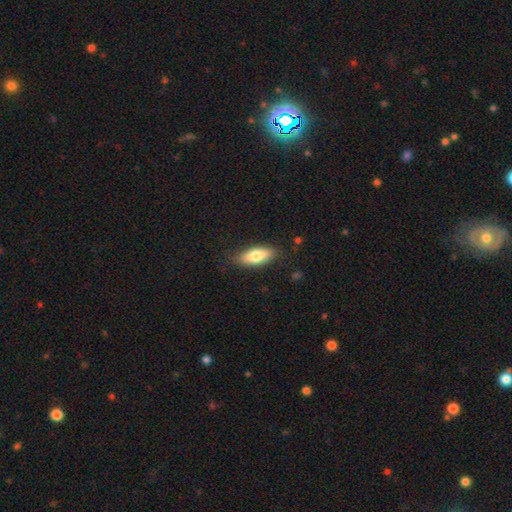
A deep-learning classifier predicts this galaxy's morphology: Overall: smooth (77%). How rounded: in between (76%). Merging: none (84%).